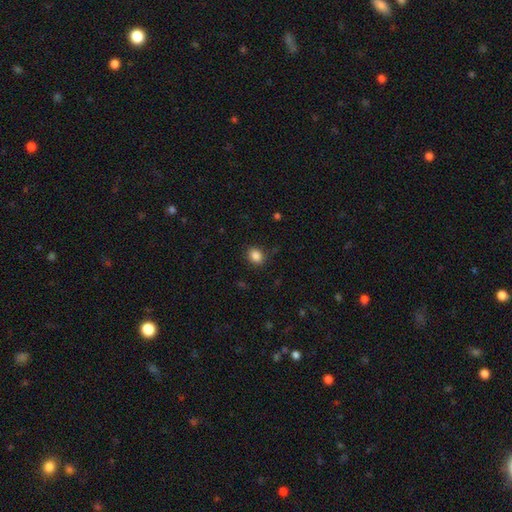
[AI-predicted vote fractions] This is clearly a smooth galaxy (86%). How rounded: possibly round (51%). Merging: clearly none (85%).